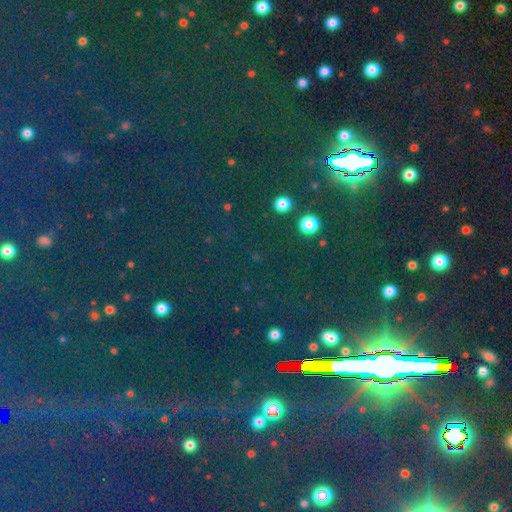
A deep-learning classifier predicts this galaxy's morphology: star or artifact 80%, smooth 12%, featured or disk 8%.